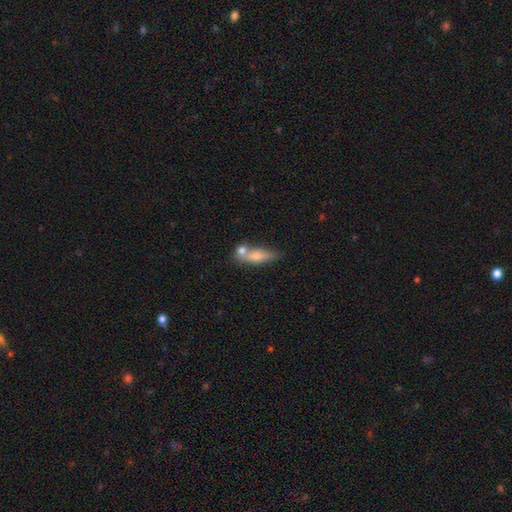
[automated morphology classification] The model was most divided on "how rounded": in between: 50%, cigar-shaped: 44%, round: 6%. Remaining: smooth or featured — smooth (67%); merging — merger (43%).